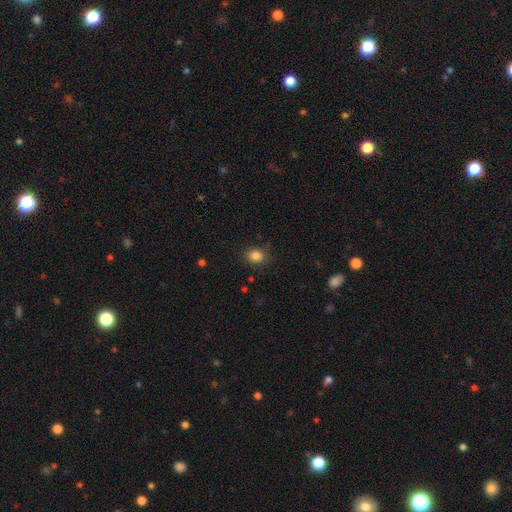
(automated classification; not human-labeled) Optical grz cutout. It shows a smooth galaxy with no disk features (84%) that is round (65%). Merging: none (84%).